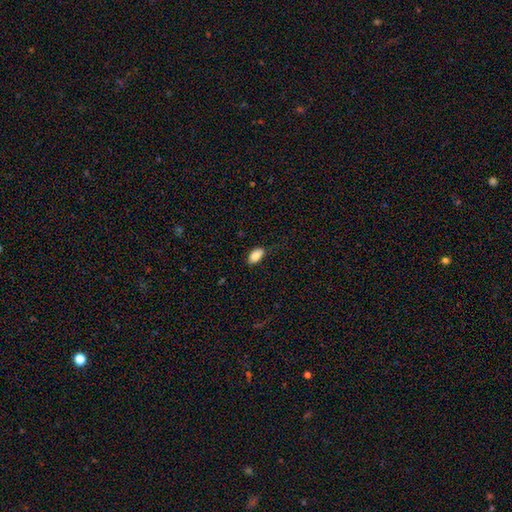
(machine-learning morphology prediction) smooth 85%, star or artifact 8%, featured or disk 7%. Down the decision tree: how rounded — in between (93%); merging — none (77%).